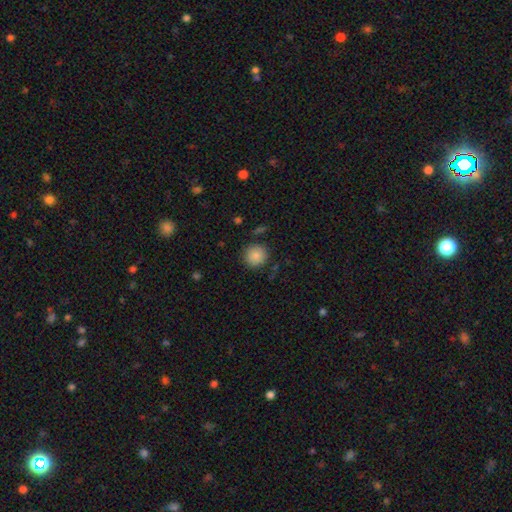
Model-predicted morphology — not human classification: Smooth or featured: smooth — 87% (star or artifact — 9%)
How rounded: round — 91% (in between — 8%)
Merging: none — 86% (minor disturbance — 9%)